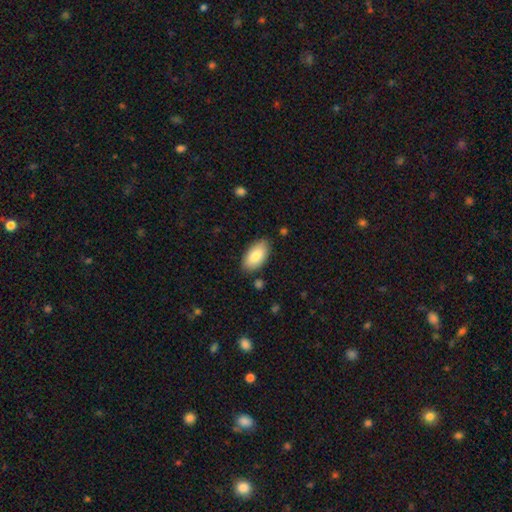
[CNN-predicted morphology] Overall: smooth (82%). How rounded: in between (95%). Merging: none (84%).